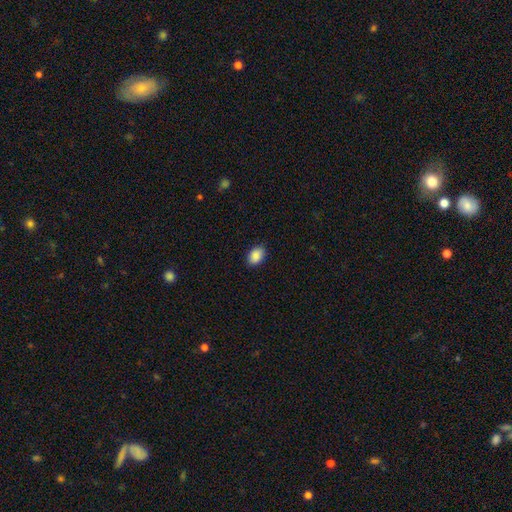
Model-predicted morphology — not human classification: type=smooth (90%); roundness=in between (83%); merging=none (88%).